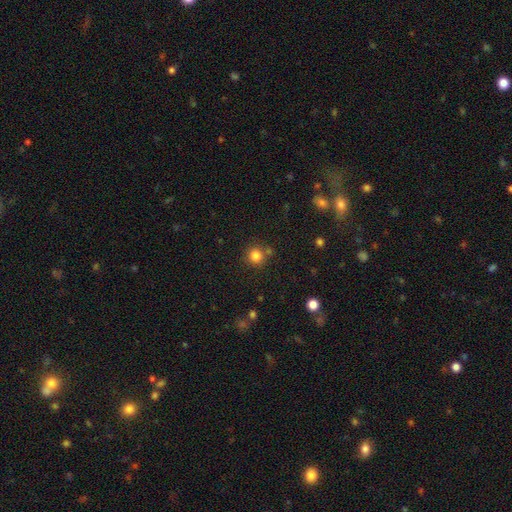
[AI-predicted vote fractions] A smooth galaxy with no disk features (82%) that is round (92%). Merging: none (78%).